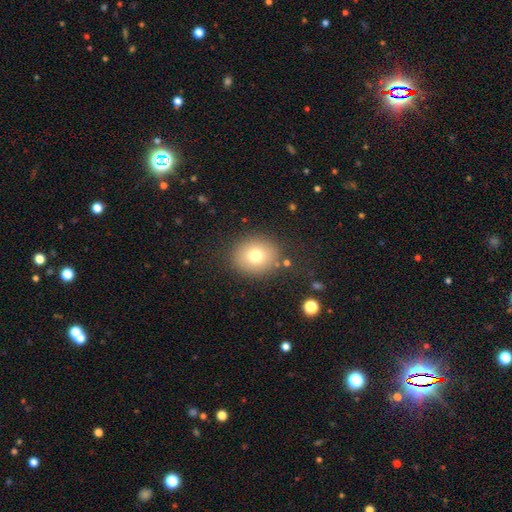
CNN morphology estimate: This is likely a smooth galaxy (75%). How rounded: likely round (73%). Merging: clearly none (84%).